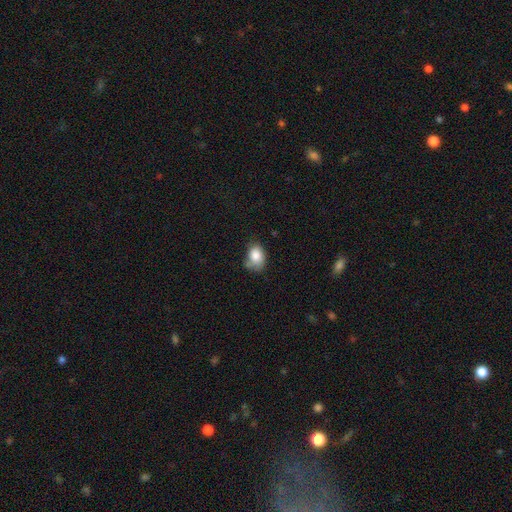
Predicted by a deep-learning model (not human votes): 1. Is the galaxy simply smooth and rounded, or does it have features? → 82% smooth, 10% featured or disk, 8% star or artifact.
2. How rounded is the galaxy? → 73% in between, 26% round, 1% cigar-shaped.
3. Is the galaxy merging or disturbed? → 45% none, 37% minor disturbance, 13% major disturbance, 5% merger.